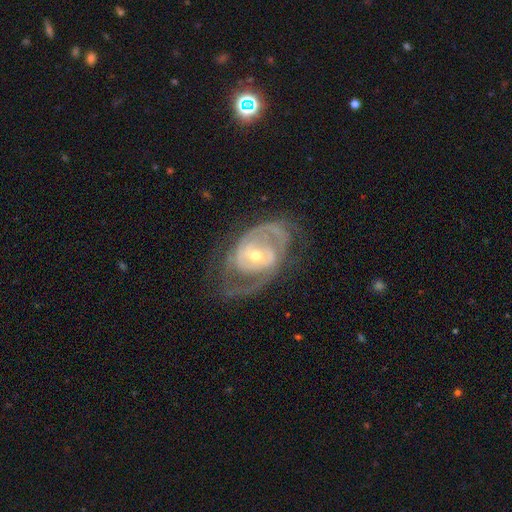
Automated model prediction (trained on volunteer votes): Smooth or featured? featured or disk (86%)
Edge-on disk? no (96%)
Bar? no (48%)
Spiral arms? yes (90%)
Spiral winding? tight (49%)
Spiral arm count? 2 (54%)
Bulge size? moderate (52%)
Merging? none (60%)